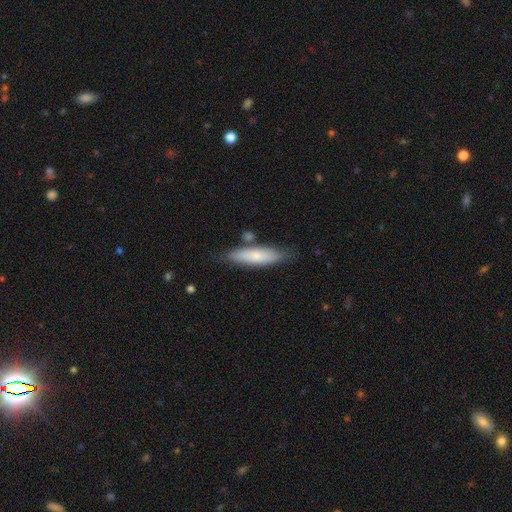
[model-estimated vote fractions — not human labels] Q: Smooth or featured?
A: smooth (69%); runner-up: featured or disk (25%)
Q: How rounded?
A: cigar-shaped (69%); runner-up: in between (29%)
Q: Merging?
A: none (75%); runner-up: minor disturbance (15%)